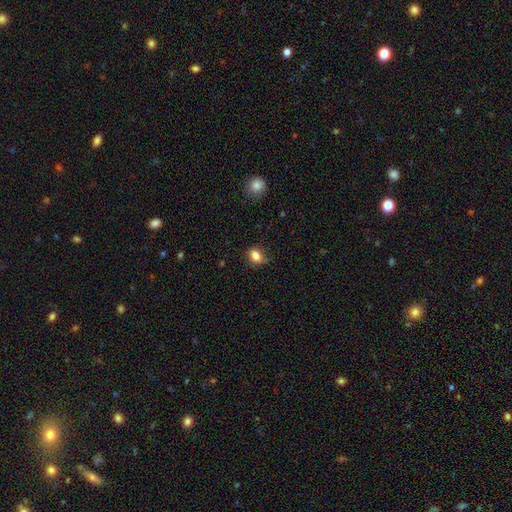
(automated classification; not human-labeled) Q: Smooth or featured?
A: smooth (83%); runner-up: star or artifact (10%)
Q: How rounded?
A: in between (63%); runner-up: round (35%)
Q: Merging?
A: none (66%); runner-up: minor disturbance (26%)